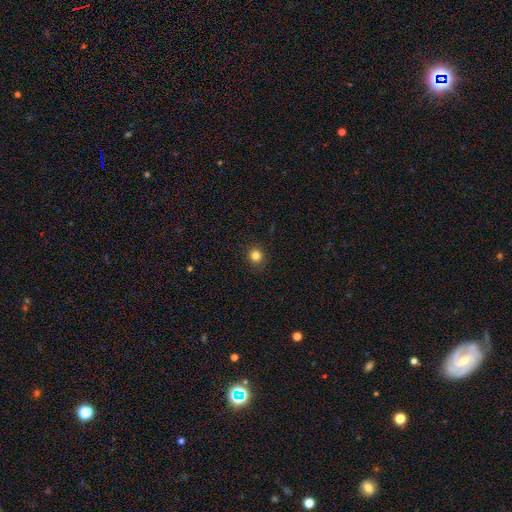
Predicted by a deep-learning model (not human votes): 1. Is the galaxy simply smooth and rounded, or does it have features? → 82% smooth, 13% star or artifact, 5% featured or disk.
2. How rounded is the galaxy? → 91% round, 8% in between, 1% cigar-shaped.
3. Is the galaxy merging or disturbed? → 91% none, 6% minor disturbance, 2% major disturbance, 1% merger.